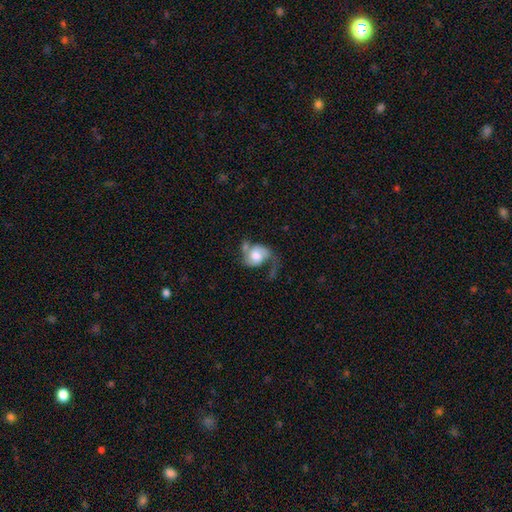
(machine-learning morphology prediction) This appears to be a featured or disk galaxy (62%) with no bar (67%), 2 (73%) loose (51%) spiral arms (88%) and a moderate central bulge (55%). Merging: none (34%).